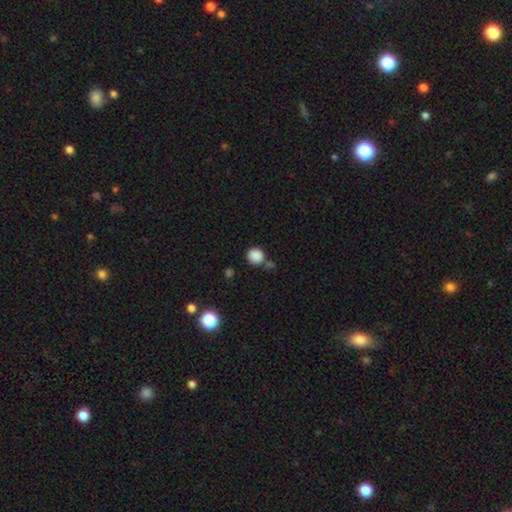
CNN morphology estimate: Overall: smooth (86%). How rounded: round (90%). Merging: none (70%).